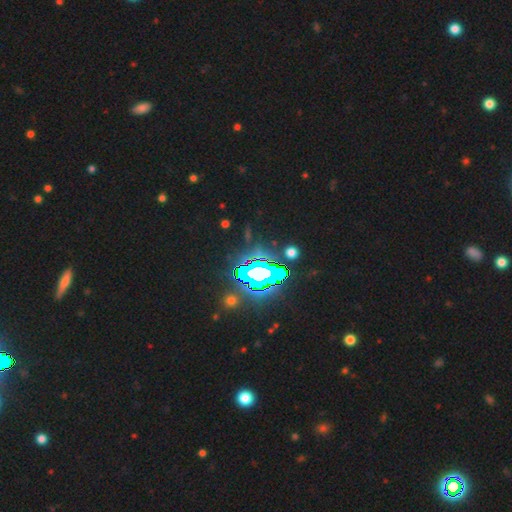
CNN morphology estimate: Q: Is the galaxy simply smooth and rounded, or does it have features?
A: star or artifact — 76%.